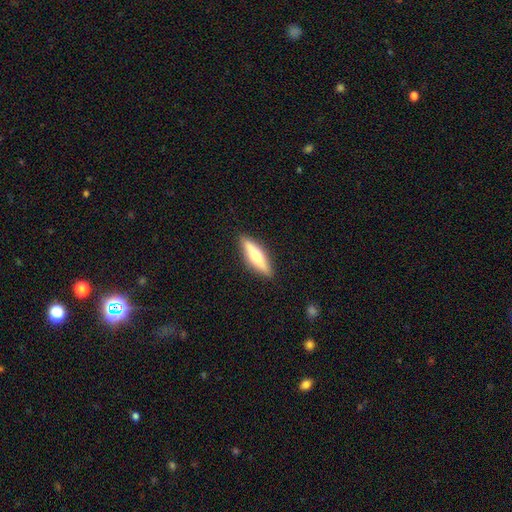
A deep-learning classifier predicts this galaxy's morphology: Overall: featured or disk (48%; smooth 47%). Merging: none (89%).